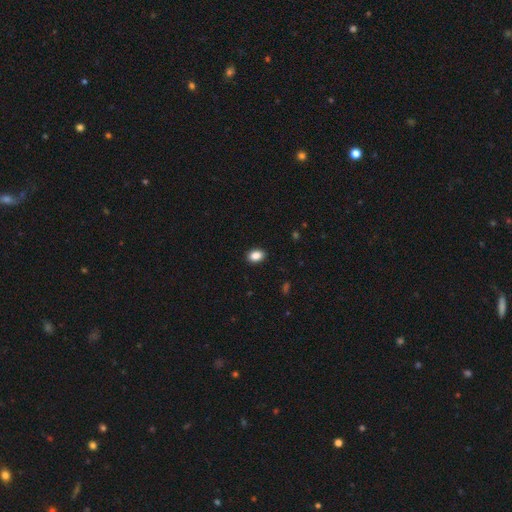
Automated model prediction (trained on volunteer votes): A smooth galaxy with no disk features (88%) that is in between round and cigar-shaped (79%).

Vote fractions:
- Smooth or featured? smooth: 88% / star or artifact: 9% / featured or disk: 4%
- How rounded? in between: 79% / round: 20% / cigar-shaped: 1%
- Merging? none: 90% / minor disturbance: 7% / major disturbance: 2% / merger: 1%